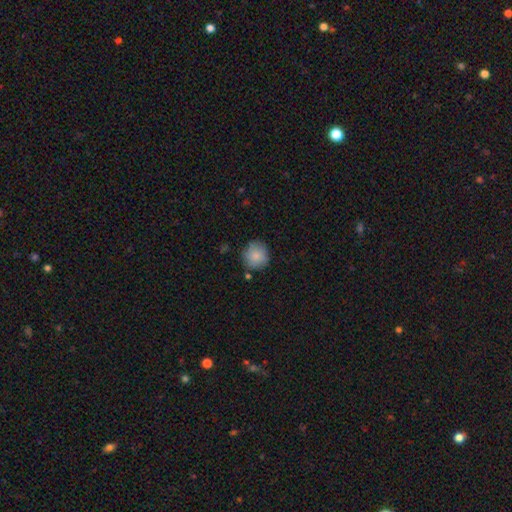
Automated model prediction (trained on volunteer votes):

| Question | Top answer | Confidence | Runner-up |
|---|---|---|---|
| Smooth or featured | smooth | 84% | featured or disk (8%) |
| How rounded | round | 91% | in between (8%) |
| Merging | none | 80% | minor disturbance (14%) |